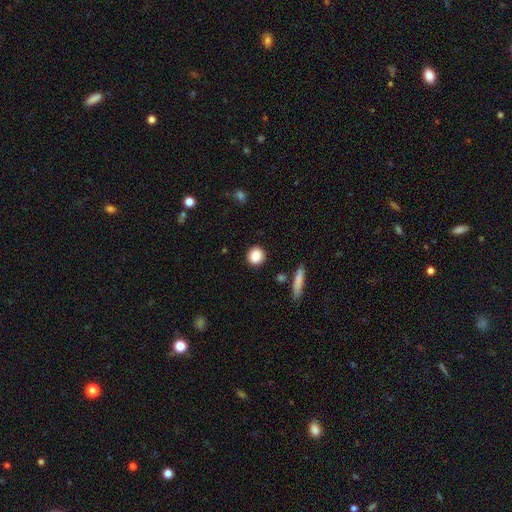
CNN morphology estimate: smooth-or-featured: smooth: 87% | star or artifact: 8% | featured or disk: 5%
  how-rounded: round: 86% | in between: 12% | cigar-shaped: 2%
  merging: none: 89% | minor disturbance: 7% | major disturbance: 2% | merger: 2%